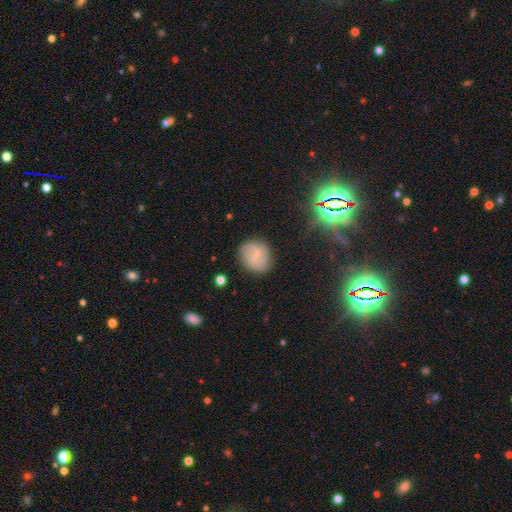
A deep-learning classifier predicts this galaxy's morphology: smooth_or_featured: featured or disk (p=0.53) [alt: smooth p=0.37]
disk_edge_on: no (p=0.97) [alt: yes p=0.03]
bar: weak (p=0.56) [alt: no p=0.27]
has_spiral_arms: yes (p=0.84) [alt: no p=0.16]
bulge_size: small (p=0.63) [alt: none p=0.21]
merging: none (p=0.80) [alt: minor disturbance p=0.14]